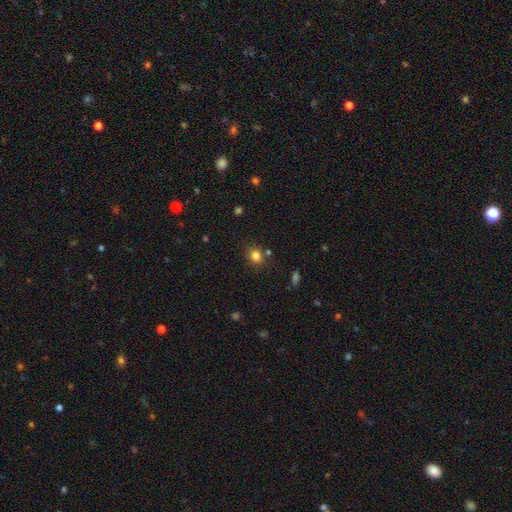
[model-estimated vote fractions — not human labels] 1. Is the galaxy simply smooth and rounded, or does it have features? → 82% smooth, 13% star or artifact, 5% featured or disk.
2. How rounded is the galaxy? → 72% round, 27% in between, 1% cigar-shaped.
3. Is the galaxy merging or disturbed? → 80% none, 11% minor disturbance, 6% merger, 3% major disturbance.